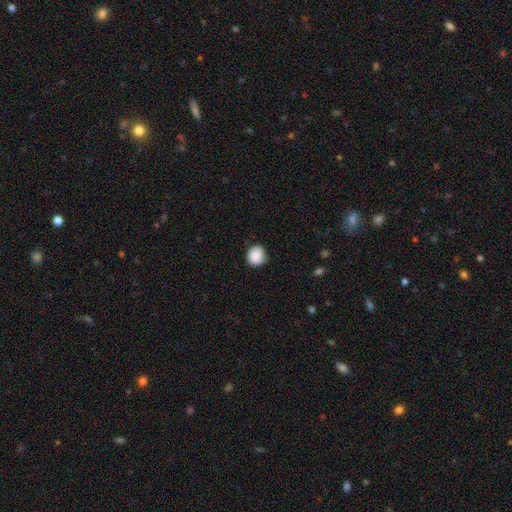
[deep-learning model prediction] Overall: smooth (89%). How rounded: round (82%). Merging: none (85%).